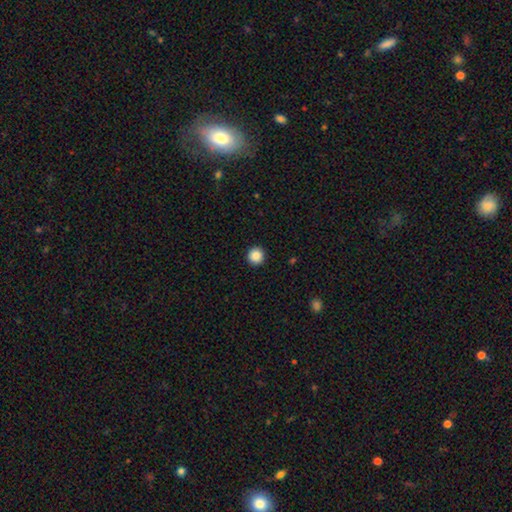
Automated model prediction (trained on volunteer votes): A smooth galaxy with no disk features (88%) that is round (96%). Merging: none (94%).